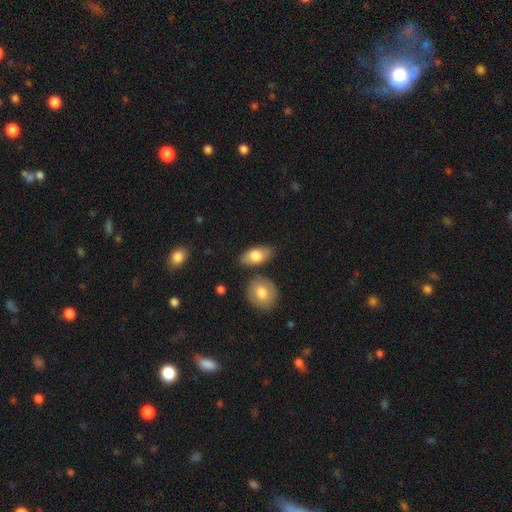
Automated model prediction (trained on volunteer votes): The model was most divided on "smooth or featured": smooth: 76%, featured or disk: 19%, star or artifact: 6%. More confident: how rounded — in between (88%); merging — none (75%).